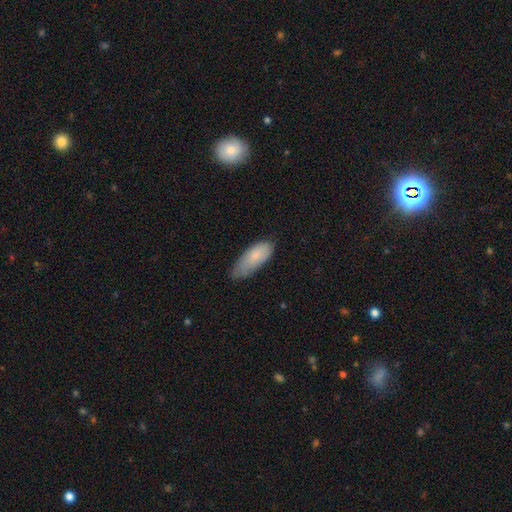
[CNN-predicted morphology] smooth_or_featured: smooth (p=0.81) [alt: featured or disk p=0.13]
how_rounded: in between (p=0.76) [alt: cigar-shaped p=0.22]
merging: none (p=0.46) [alt: minor disturbance p=0.43]